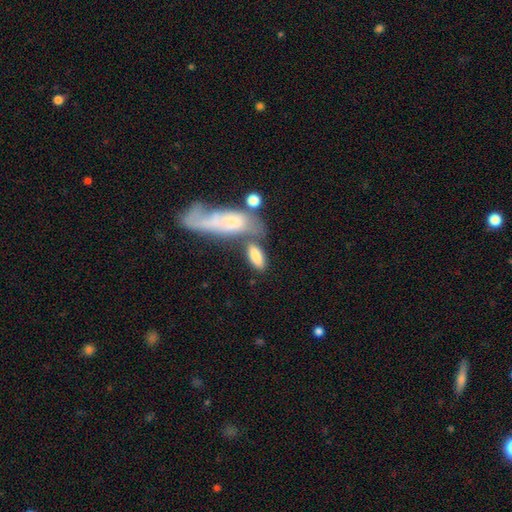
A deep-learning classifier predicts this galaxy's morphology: Smooth or featured: smooth — 80% (featured or disk — 14%)
How rounded: in between — 78% (cigar-shaped — 19%)
Merging: none — 45% (merger — 31%)